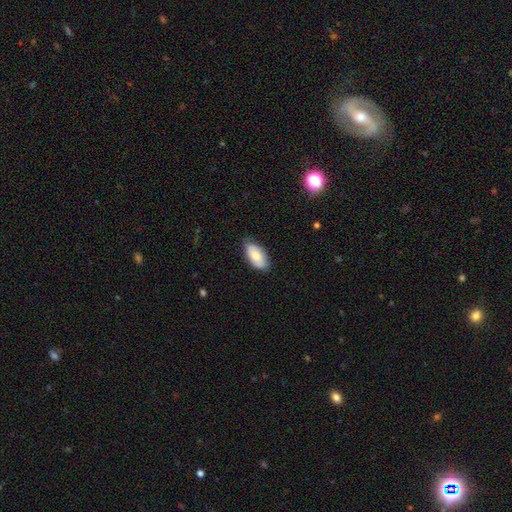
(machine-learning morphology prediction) Smooth or featured?
  - smooth: 76% *
  - featured or disk: 18%
  - star or artifact: 6%
How rounded?
  - in between: 94% *
  - cigar-shaped: 4%
  - round: 2%
Merging?
  - none: 76% *
  - minor disturbance: 20%
  - major disturbance: 3%
  - merger: 1%